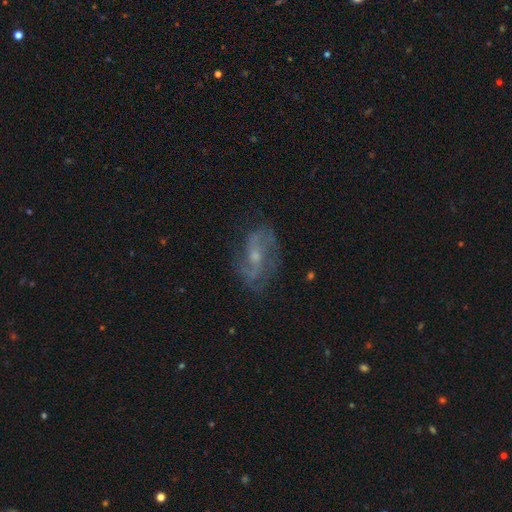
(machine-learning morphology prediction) Q: Smooth or featured?
A: featured or disk (80%); runner-up: smooth (11%)
Q: Edge-on disk?
A: no (96%); runner-up: yes (4%)
Q: Bar?
A: no (48%); runner-up: weak (42%)
Q: Spiral arms?
A: yes (93%); runner-up: no (7%)
Q: Spiral winding?
A: medium (46%); runner-up: loose (36%)
Q: Spiral arm count?
A: 2 (75%); runner-up: can't tell (11%)
Q: Bulge size?
A: small (56%); runner-up: moderate (37%)
Q: Merging?
A: none (73%); runner-up: minor disturbance (17%)